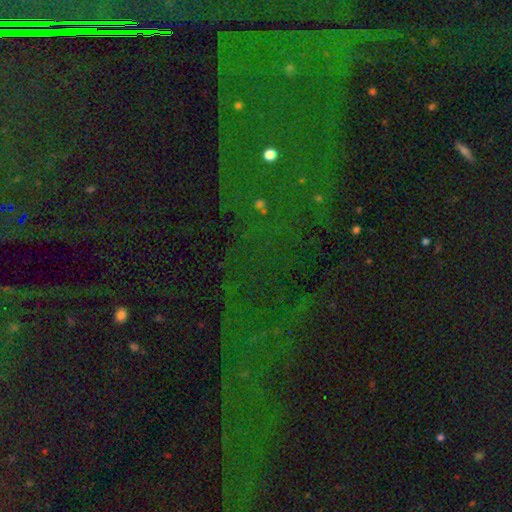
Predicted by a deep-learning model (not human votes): This is clearly a star or artifact rather than a galaxy (83%).